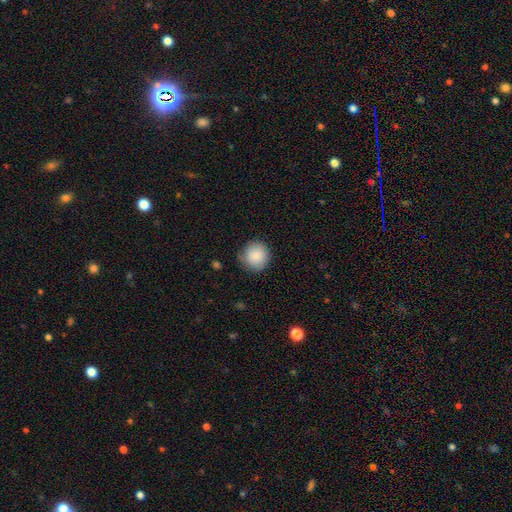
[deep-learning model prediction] Smooth or featured: smooth — 88% (star or artifact — 7%)
How rounded: round — 92% (in between — 7%)
Merging: none — 81% (minor disturbance — 15%)